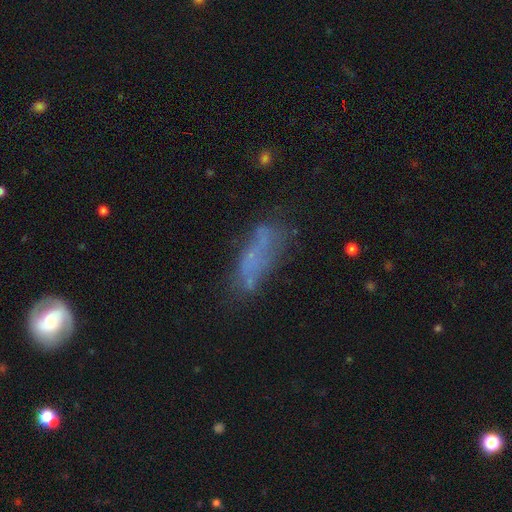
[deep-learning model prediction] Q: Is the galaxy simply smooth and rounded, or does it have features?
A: smooth — 44%.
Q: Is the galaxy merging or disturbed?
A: none — 50%.